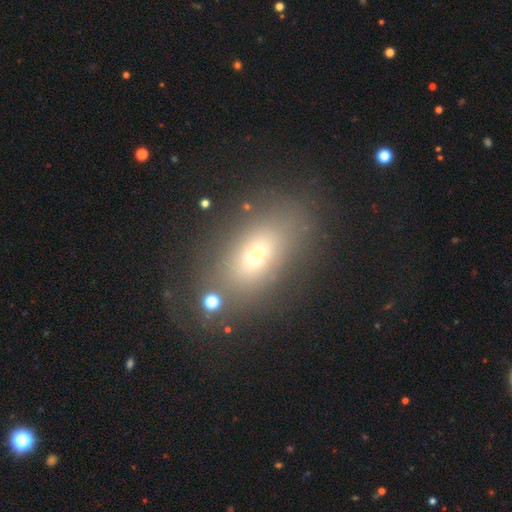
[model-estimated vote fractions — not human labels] This is likely a smooth galaxy (61%). How rounded: likely in between (78%). Merging: likely none (72%).